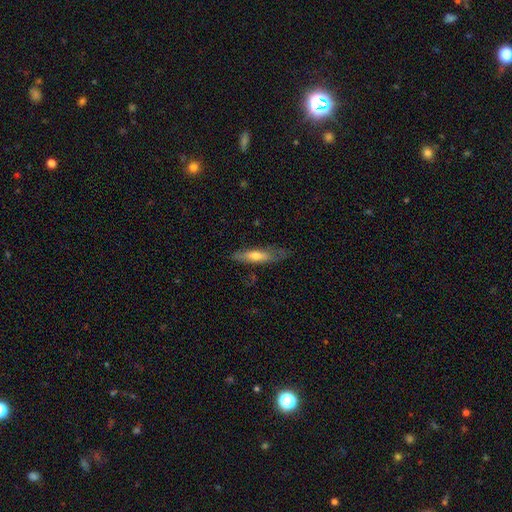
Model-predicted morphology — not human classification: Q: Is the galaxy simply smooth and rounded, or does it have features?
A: smooth — 55%.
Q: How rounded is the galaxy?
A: cigar-shaped — 71%.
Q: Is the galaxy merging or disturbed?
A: none — 70%.